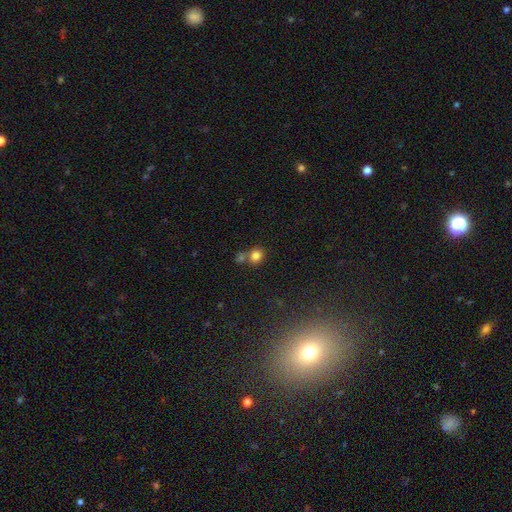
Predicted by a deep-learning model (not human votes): Morphology: type=smooth (80%); roundness=round (75%); merging=none (57%).